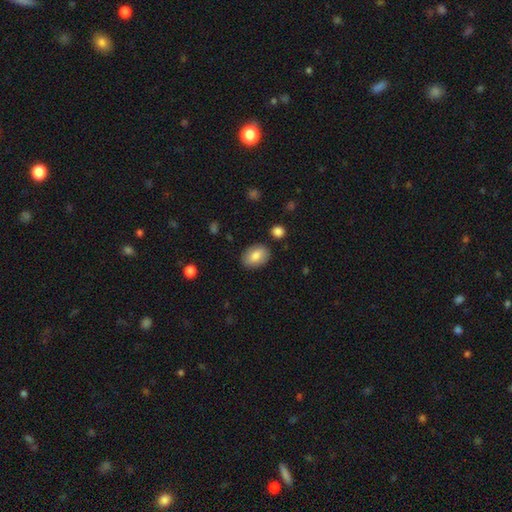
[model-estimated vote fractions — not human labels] This appears to be a smooth galaxy with no disk features (81%) that is in between round and cigar-shaped (78%). Merging: none (86%).